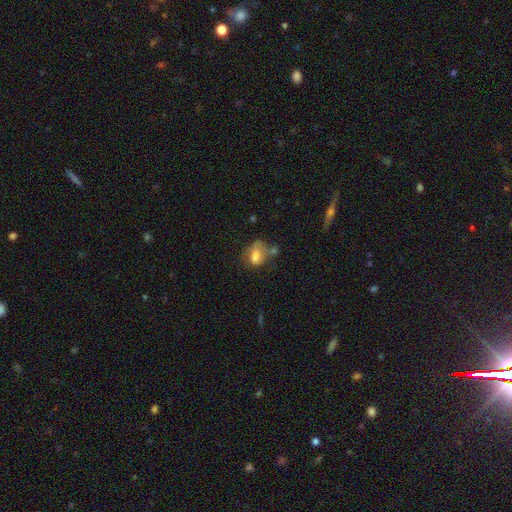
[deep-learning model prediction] Smooth or featured? Predicted: smooth (p=0.66). How rounded? Predicted: in between (p=0.79). Merging? Predicted: none (p=0.30).